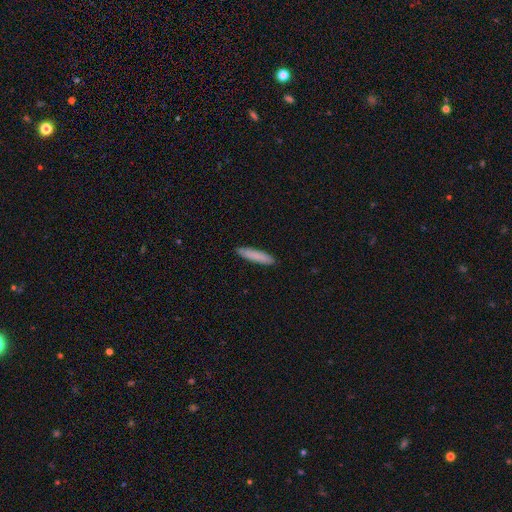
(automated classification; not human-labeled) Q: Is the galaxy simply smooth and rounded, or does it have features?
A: smooth — 84%.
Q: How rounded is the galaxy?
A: cigar-shaped — 88%.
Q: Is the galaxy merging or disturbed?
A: none — 90%.